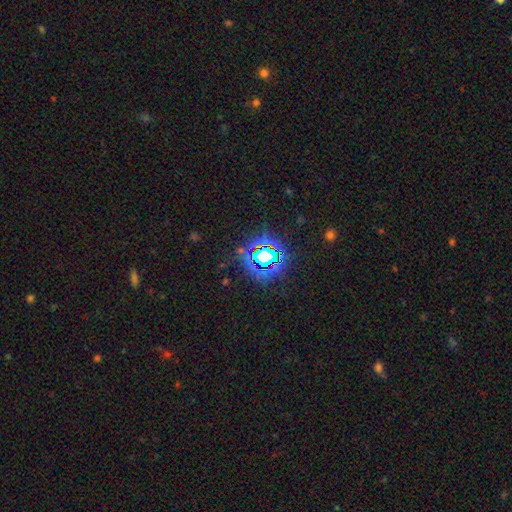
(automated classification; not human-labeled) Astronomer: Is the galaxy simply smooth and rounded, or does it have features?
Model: star or artifact — 79%.